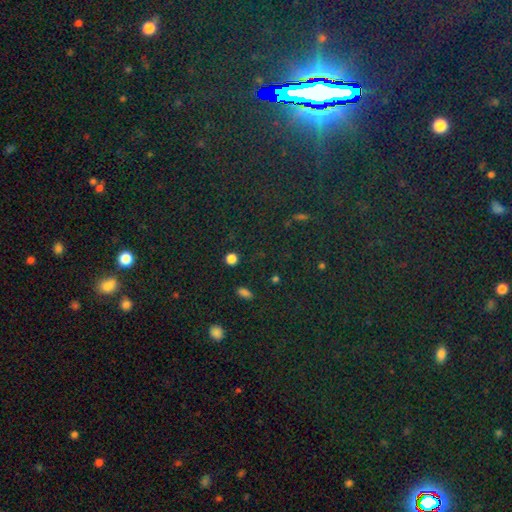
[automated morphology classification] smooth_or_featured: star or artifact (p=0.74) [alt: smooth p=0.16]